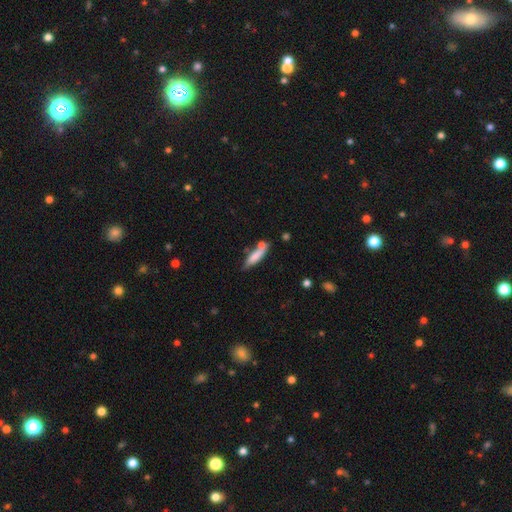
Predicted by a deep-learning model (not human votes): The model was most divided on "merging": none: 56%, minor disturbance: 20%, merger: 19%, major disturbance: 5%. More confident: smooth or featured — smooth (75%); how rounded — cigar-shaped (70%).